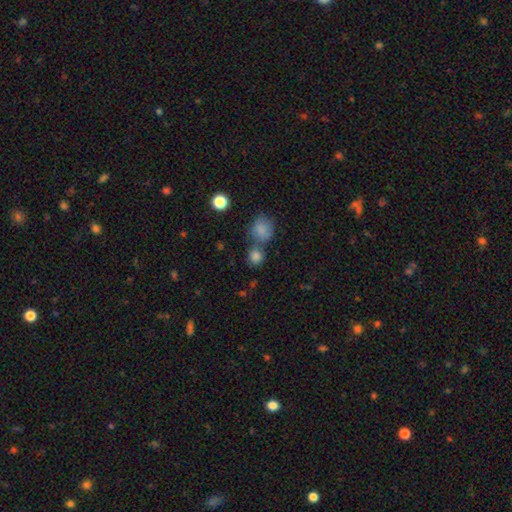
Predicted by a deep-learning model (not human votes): smooth 81%, star or artifact 13%, featured or disk 6%. Down the decision tree: how rounded — round (81%); merging — none (55%).